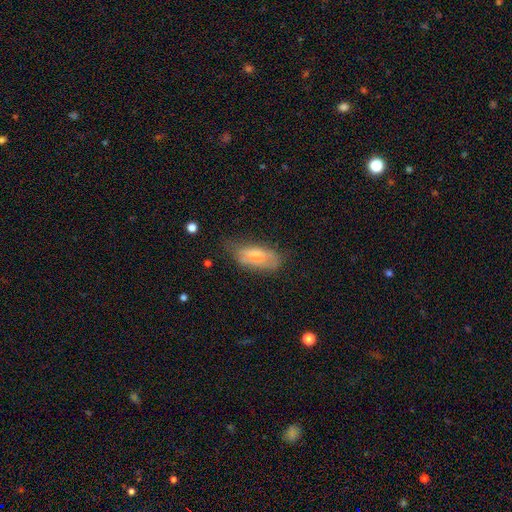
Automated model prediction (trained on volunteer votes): Morphology: type=smooth (65%); roundness=in between (80%); merging=none (51%).